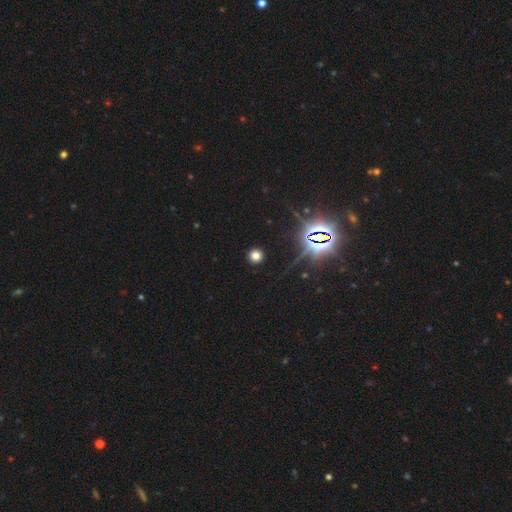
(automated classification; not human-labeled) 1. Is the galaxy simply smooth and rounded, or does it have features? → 69% smooth, 24% star or artifact, 6% featured or disk.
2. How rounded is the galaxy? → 93% round, 6% in between, 1% cigar-shaped.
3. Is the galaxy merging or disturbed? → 92% none, 5% minor disturbance, 2% major disturbance, 1% merger.